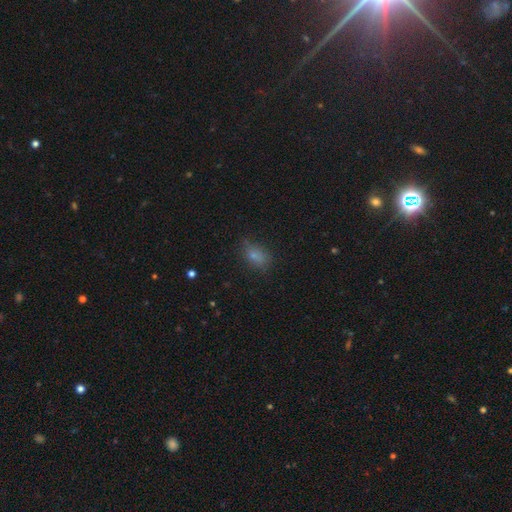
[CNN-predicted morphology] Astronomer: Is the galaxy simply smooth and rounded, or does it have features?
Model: smooth — 72%.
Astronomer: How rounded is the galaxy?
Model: in between — 80%.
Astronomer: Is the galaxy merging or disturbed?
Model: none — 63%.